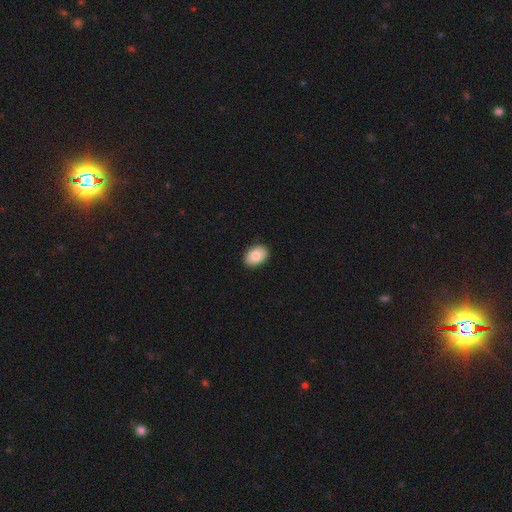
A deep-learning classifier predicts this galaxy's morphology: type=smooth (81%); roundness=in between (83%); merging=none (90%).